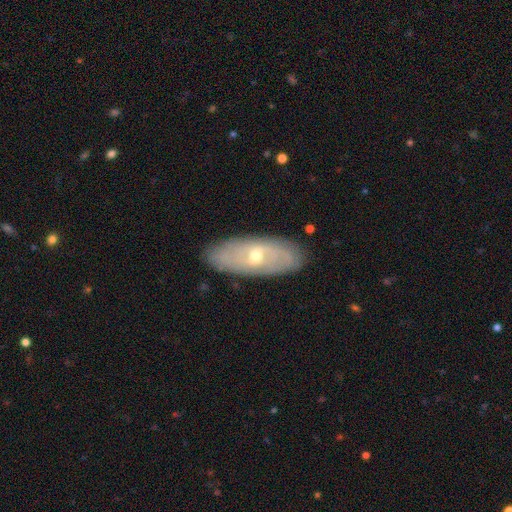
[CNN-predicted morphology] The model was most divided on "bar": no: 50%, weak: 41%, strong: 10%. More confident: merging — none (86%); edge-on disk — no (81%); spiral arms — yes (69%); smooth or featured — featured or disk (67%); bulge size — moderate (56%).